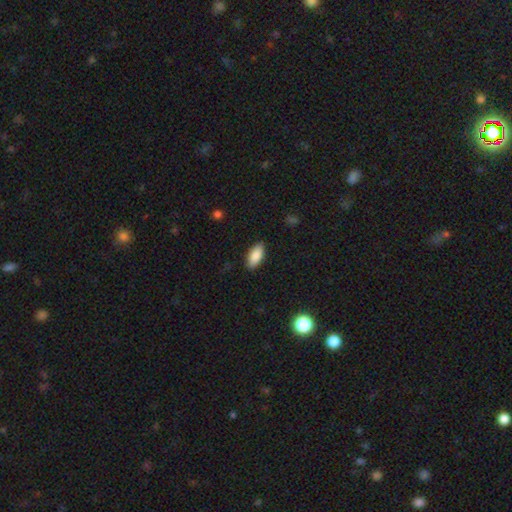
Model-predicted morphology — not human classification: Q: Smooth or featured?
A: smooth (86%); runner-up: featured or disk (7%)
Q: How rounded?
A: in between (88%); runner-up: cigar-shaped (10%)
Q: Merging?
A: none (88%); runner-up: minor disturbance (9%)